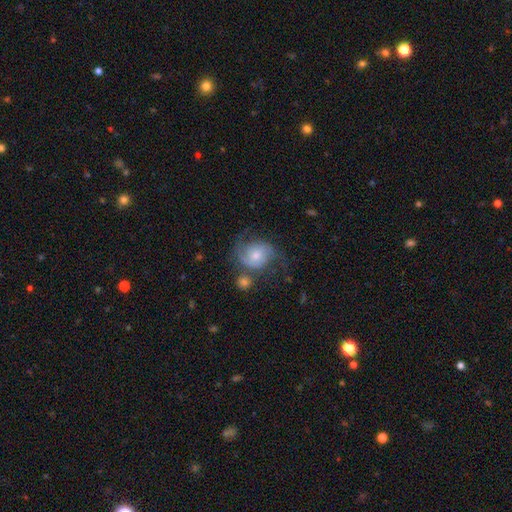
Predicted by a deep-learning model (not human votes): smooth-or-featured: featured or disk: 67% | smooth: 26% | star or artifact: 7%
  disk-edge-on: no: 98% | yes: 2%
    bar: no: 66% | weak: 29% | strong: 5%
    has-spiral-arms: yes: 90% | no: 10%
      spiral-winding: medium: 46% | loose: 31% | tight: 24%
      spiral-arm-count: 2: 73% | can't tell: 11% | 1: 9% | 3: 4% | 4: 2% | more than 4: 2%
    bulge-size: moderate: 45% | small: 44% | large: 5% | none: 3% | dominant: 2%
  merging: none: 47% | minor disturbance: 22% | major disturbance: 20% | merger: 12%